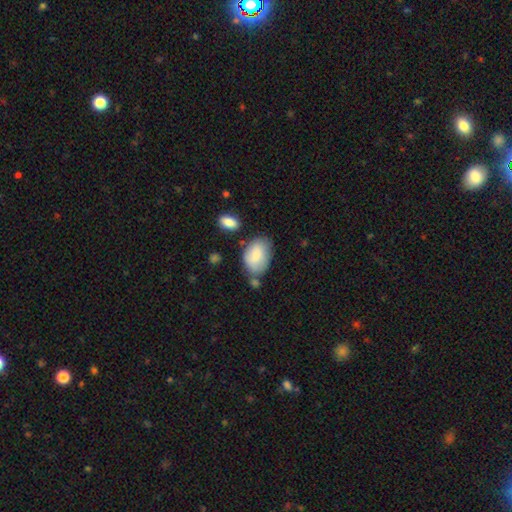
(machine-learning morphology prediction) Q: Smooth or featured?
A: smooth (82%); runner-up: featured or disk (12%)
Q: How rounded?
A: in between (89%); runner-up: round (10%)
Q: Merging?
A: none (57%); runner-up: minor disturbance (26%)